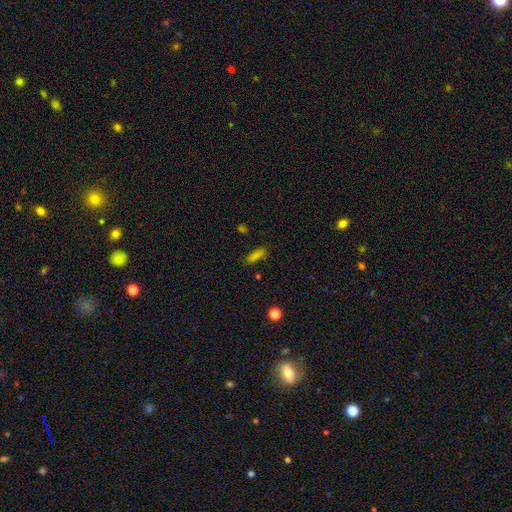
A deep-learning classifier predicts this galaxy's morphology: A smooth galaxy with no disk features (76%) that is cigar-shaped (59%).

Vote fractions:
- Smooth or featured? smooth: 76% / star or artifact: 16% / featured or disk: 8%
- How rounded? cigar-shaped: 59% / in between: 38% / round: 4%
- Merging? none: 81% / minor disturbance: 12% / major disturbance: 4% / merger: 2%